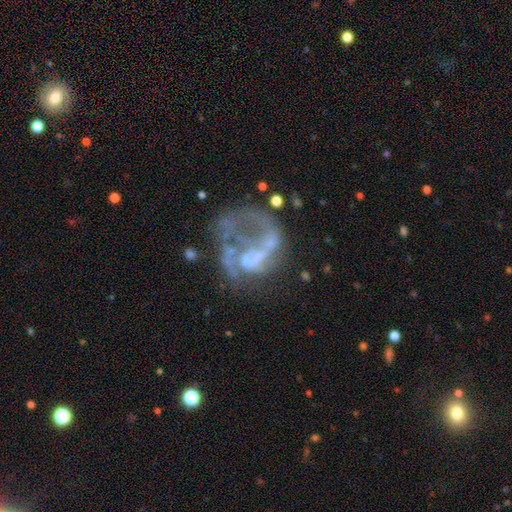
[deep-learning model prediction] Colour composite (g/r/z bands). It shows a featured or disk galaxy (76%) with no bar (71%), spiral arms (53%) and no central bulge (69%). Merging: major disturbance (47%).